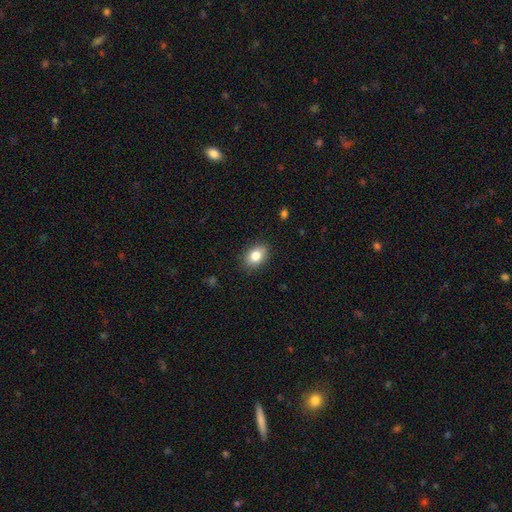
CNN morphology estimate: This appears to be a smooth galaxy with no disk features (82%) that is in between round and cigar-shaped (75%). Merging: none (86%).